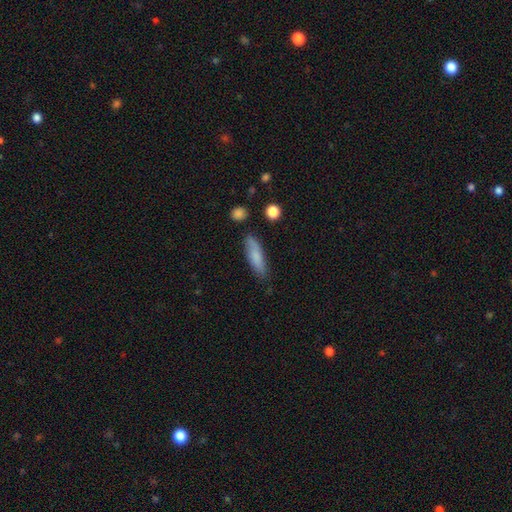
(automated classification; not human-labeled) smooth_or_featured: smooth (p=0.78) [alt: featured or disk p=0.15]
how_rounded: cigar-shaped (p=0.63) [alt: in between p=0.35]
merging: none (p=0.78) [alt: minor disturbance p=0.16]